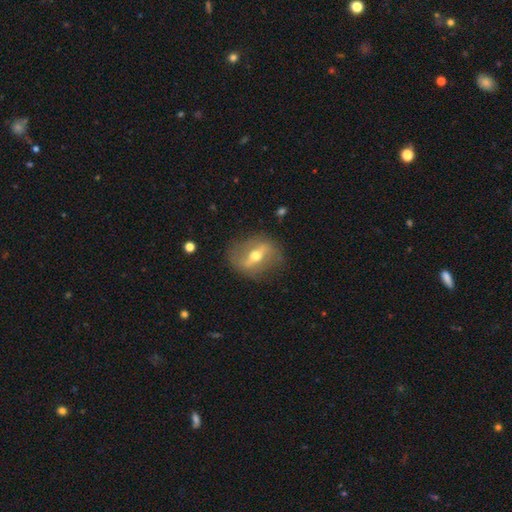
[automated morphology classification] A featured or disk galaxy (74%) with a strong bar (67%), no spiral arms (55%) and a moderate central bulge (72%).

Vote fractions:
- Smooth or featured? featured or disk: 74% / smooth: 19% / star or artifact: 7%
- Edge-on disk? no: 75% / yes: 25%
- Bar? strong: 67% / weak: 23% / no: 10%
- Spiral arms? no: 55% / yes: 45%
- Bulge size? moderate: 72% / small: 19% / large: 7% / dominant: 1% / none: 1%
- Merging? none: 79% / minor disturbance: 13% / major disturbance: 6% / merger: 1%